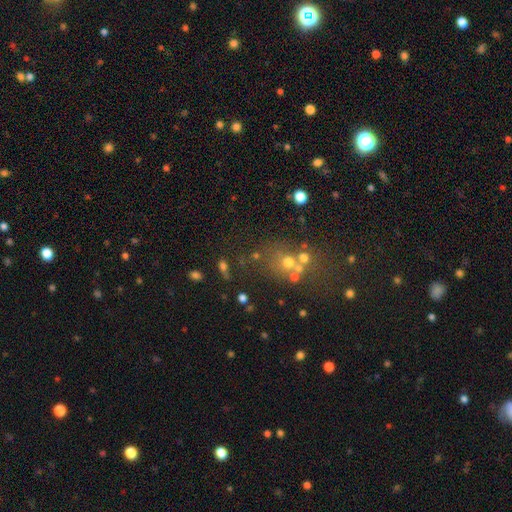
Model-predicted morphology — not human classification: smooth-or-featured: star or artifact: 47% | smooth: 34% | featured or disk: 19%